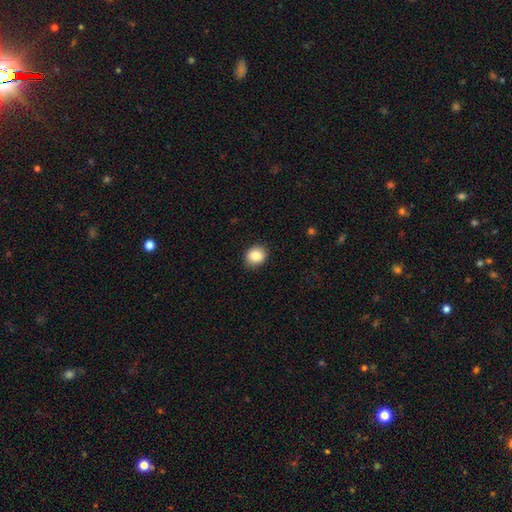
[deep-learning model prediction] A smooth galaxy with no disk features (86%) that is round (66%). Merging: none (88%).